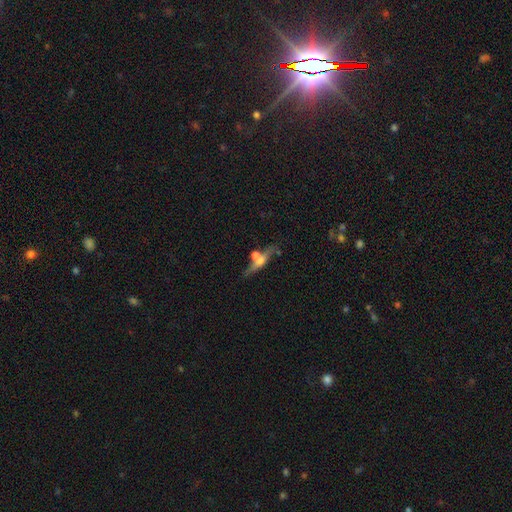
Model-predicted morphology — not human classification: smooth_or_featured: featured or disk (p=0.55) [alt: smooth p=0.36]
disk_edge_on: yes (p=0.84) [alt: no p=0.16]
merging: none (p=0.57) [alt: merger p=0.24]